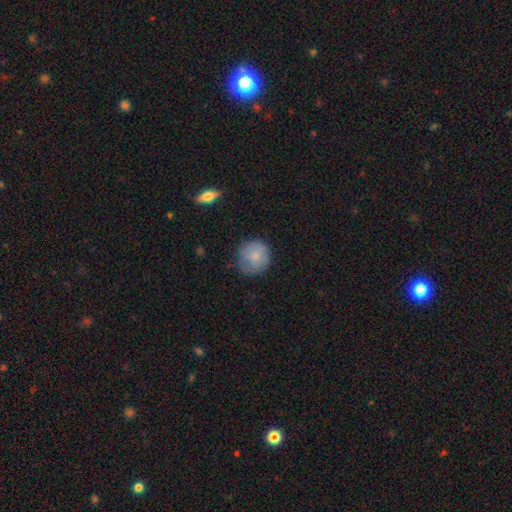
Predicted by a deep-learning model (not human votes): smooth_or_featured: smooth (p=0.78) [alt: featured or disk p=0.15]
how_rounded: round (p=0.92) [alt: in between p=0.07]
merging: none (p=0.72) [alt: minor disturbance p=0.22]